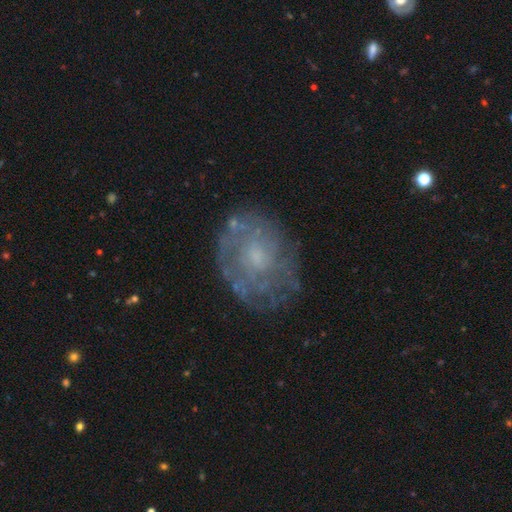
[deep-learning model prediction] Smooth or featured? Predicted: featured or disk (p=0.68). Edge-on disk? Predicted: no (p=0.97). Bar? Predicted: no (p=0.78). Spiral arms? Predicted: yes (p=0.61). Bulge size? Predicted: small (p=0.53). Merging? Predicted: none (p=0.71).